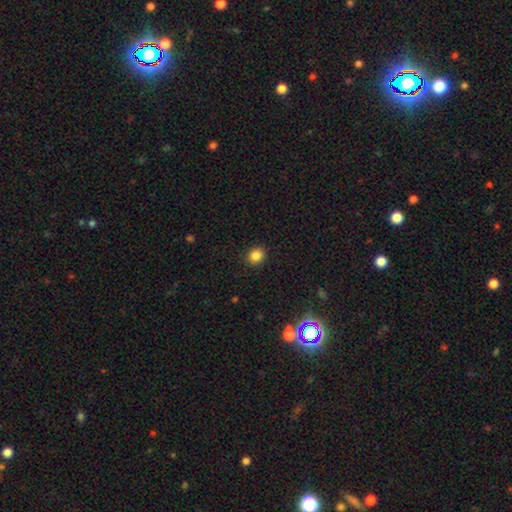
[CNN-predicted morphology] The model was most divided on "how rounded": round: 80%, in between: 19%, cigar-shaped: 1%. More confident: merging — none (91%); smooth or featured — smooth (84%).